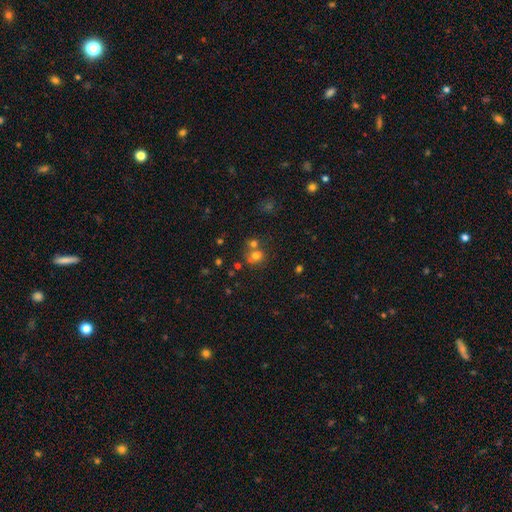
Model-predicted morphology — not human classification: Smooth or featured: smooth — 69% (star or artifact — 18%)
How rounded: round — 72% (in between — 27%)
Merging: none — 46% (merger — 40%)